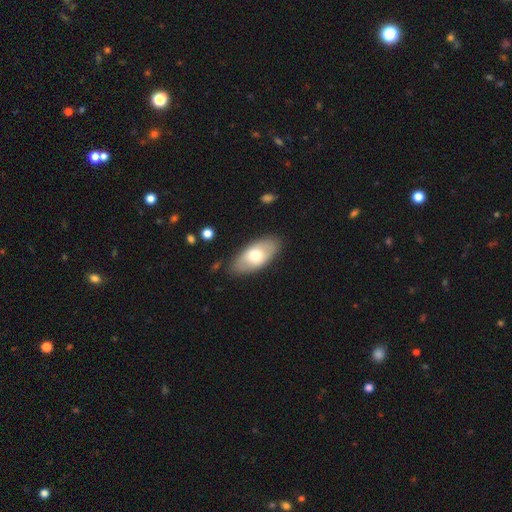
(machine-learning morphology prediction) Overall: smooth (62%; featured or disk 32%). How rounded: in between (92%). Merging: none (84%).